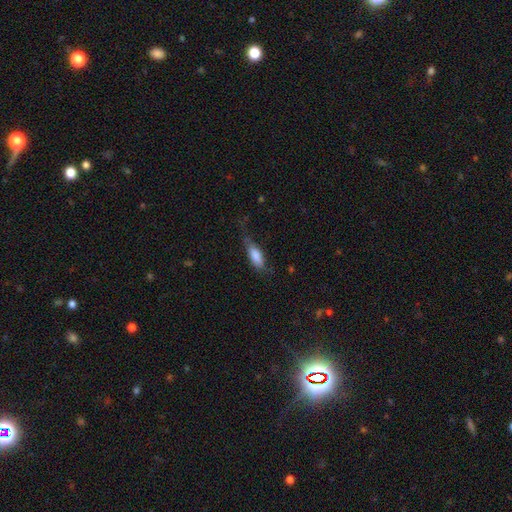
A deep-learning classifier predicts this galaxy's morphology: Smooth or featured: smooth — 77% (featured or disk — 16%)
How rounded: in between — 72% (cigar-shaped — 25%)
Merging: none — 45% (minor disturbance — 33%)